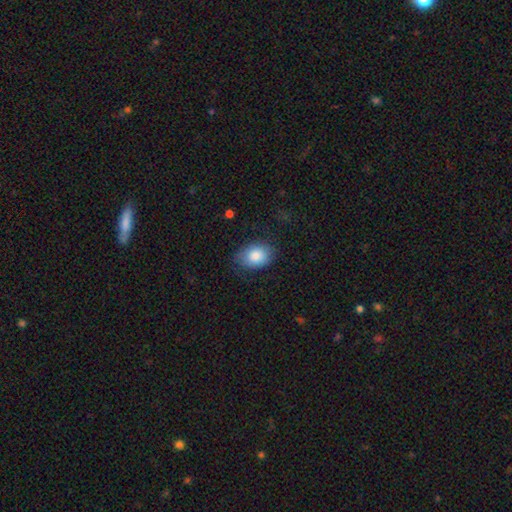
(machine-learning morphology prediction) Q: Smooth or featured?
A: smooth (83%); runner-up: featured or disk (11%)
Q: How rounded?
A: in between (72%); runner-up: round (27%)
Q: Merging?
A: none (71%); runner-up: minor disturbance (21%)